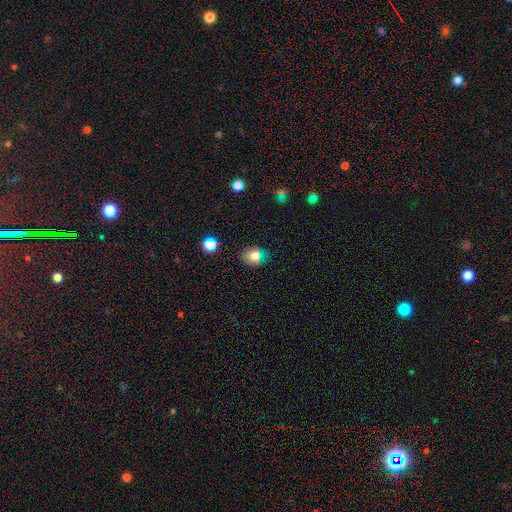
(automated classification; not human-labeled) Q: Smooth or featured?
A: smooth (75%); runner-up: star or artifact (16%)
Q: How rounded?
A: in between (61%); runner-up: round (37%)
Q: Merging?
A: none (82%); runner-up: minor disturbance (13%)